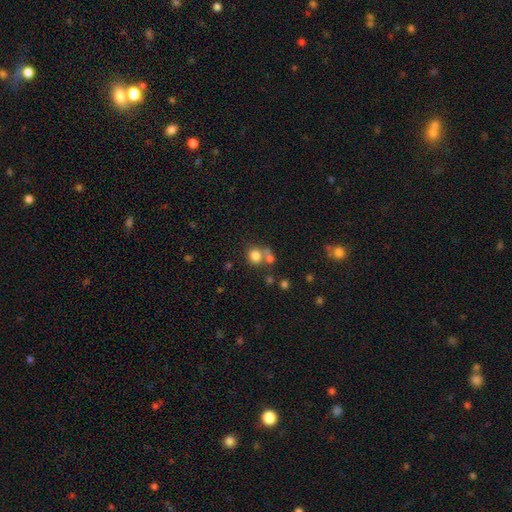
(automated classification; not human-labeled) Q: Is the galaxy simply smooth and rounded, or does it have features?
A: smooth — 78%.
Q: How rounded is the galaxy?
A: round — 79%.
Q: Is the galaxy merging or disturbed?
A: none — 50%.